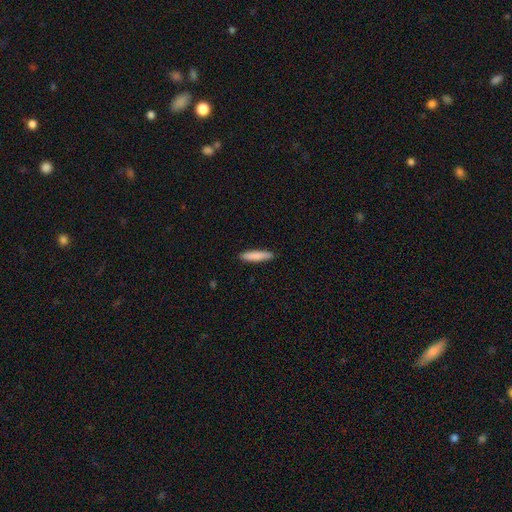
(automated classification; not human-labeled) smooth_or_featured: smooth (p=0.85) [alt: featured or disk p=0.10]
how_rounded: cigar-shaped (p=0.85) [alt: in between p=0.14]
merging: none (p=0.89) [alt: minor disturbance p=0.08]